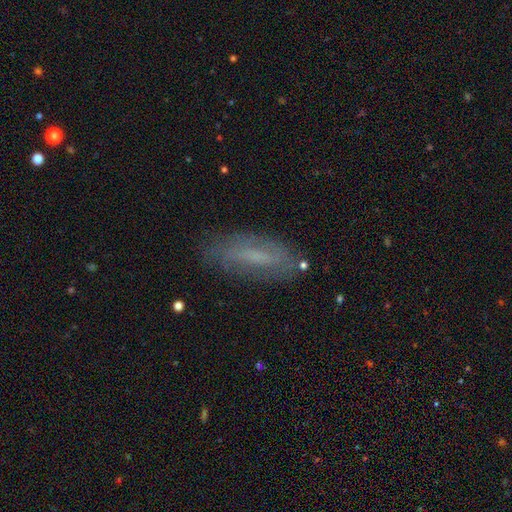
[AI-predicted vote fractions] A smooth galaxy with no disk features (47%). Merging: none (77%).